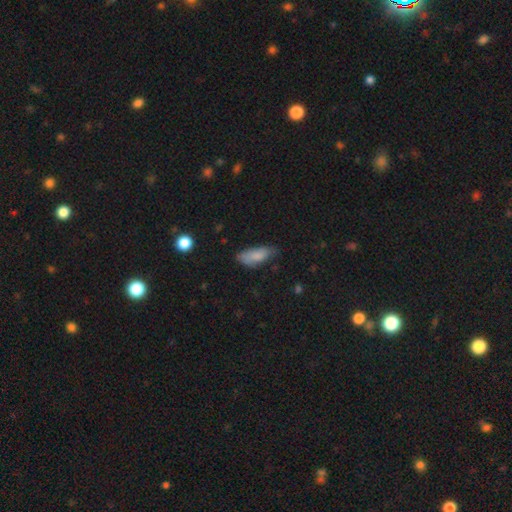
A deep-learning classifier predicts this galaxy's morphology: Smooth or featured?
  - smooth: 80% *
  - featured or disk: 13%
  - star or artifact: 7%
How rounded?
  - in between: 79% *
  - cigar-shaped: 18%
  - round: 2%
Merging?
  - none: 57% *
  - minor disturbance: 32%
  - major disturbance: 8%
  - merger: 2%